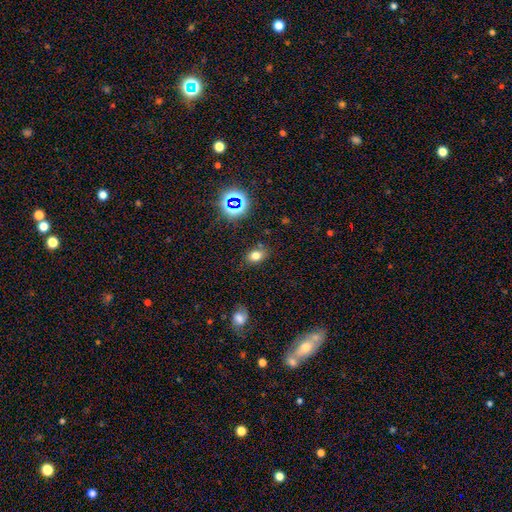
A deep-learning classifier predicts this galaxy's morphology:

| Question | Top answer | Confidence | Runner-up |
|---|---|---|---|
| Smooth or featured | smooth | 72% | star or artifact (18%) |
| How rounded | in between | 77% | round (21%) |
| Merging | none | 80% | minor disturbance (14%) |